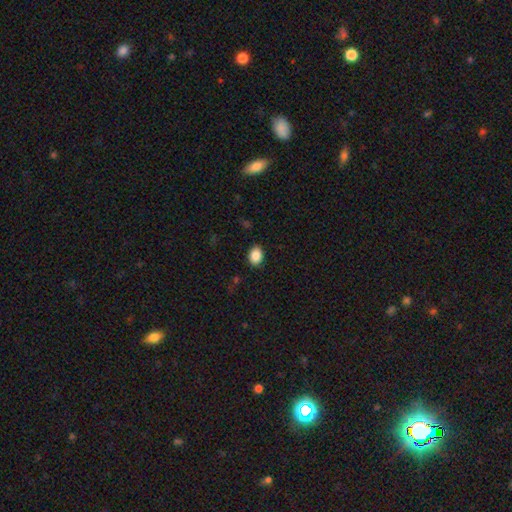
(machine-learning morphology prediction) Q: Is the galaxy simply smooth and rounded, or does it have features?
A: smooth — 88%.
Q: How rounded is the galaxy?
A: in between — 66%.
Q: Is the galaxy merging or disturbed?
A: none — 89%.